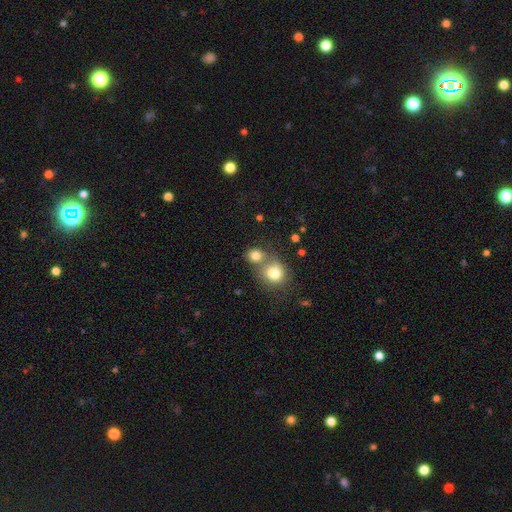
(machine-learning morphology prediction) Smooth or featured?
  - smooth: 80% *
  - star or artifact: 11%
  - featured or disk: 9%
How rounded?
  - round: 76% *
  - in between: 23%
  - cigar-shaped: 1%
Merging?
  - none: 45% *
  - merger: 43%
  - minor disturbance: 8%
  - major disturbance: 4%